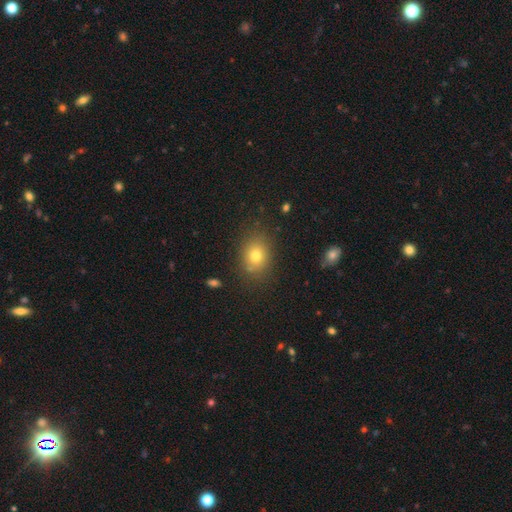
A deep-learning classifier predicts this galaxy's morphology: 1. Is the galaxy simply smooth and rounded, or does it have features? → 74% smooth, 15% star or artifact, 11% featured or disk.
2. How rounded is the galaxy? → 53% in between, 46% round, 1% cigar-shaped.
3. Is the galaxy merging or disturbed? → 84% none, 11% minor disturbance, 3% major disturbance, 2% merger.